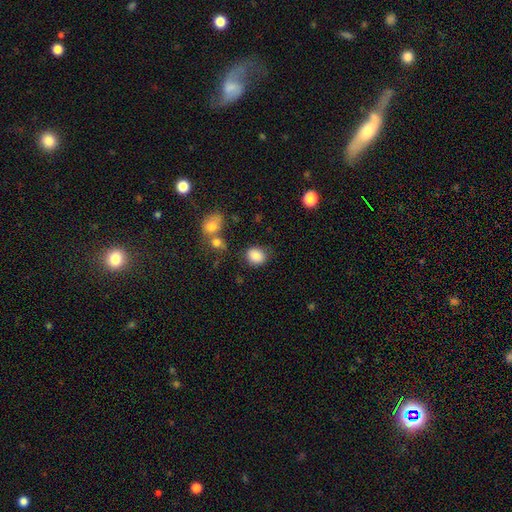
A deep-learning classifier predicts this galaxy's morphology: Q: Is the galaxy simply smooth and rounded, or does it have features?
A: smooth — 85%.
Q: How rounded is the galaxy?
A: round — 60%.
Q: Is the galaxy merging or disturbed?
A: none — 74%.